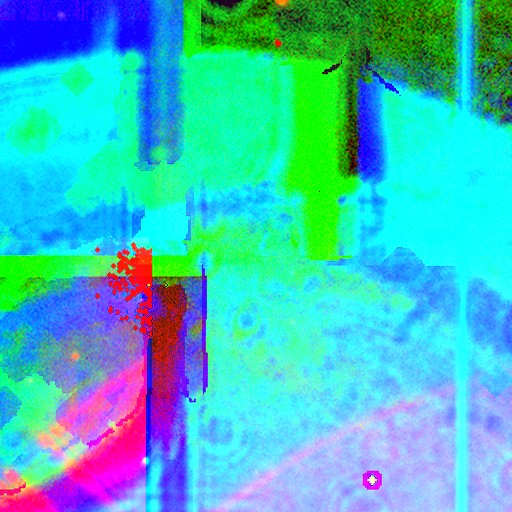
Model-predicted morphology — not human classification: A star or artifact, not a galaxy (87%).